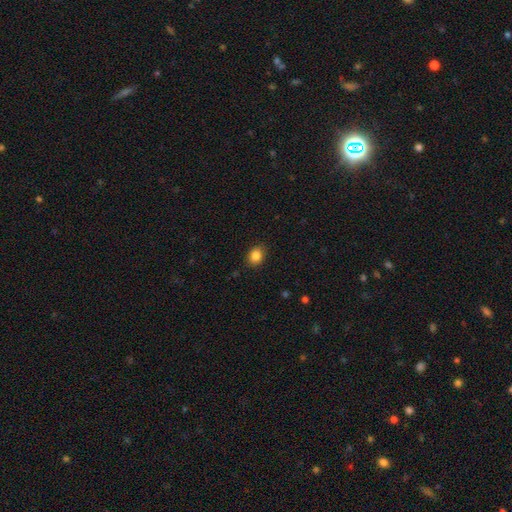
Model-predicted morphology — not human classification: Q: Smooth or featured?
A: smooth (86%); runner-up: star or artifact (10%)
Q: How rounded?
A: round (53%); runner-up: in between (46%)
Q: Merging?
A: none (88%); runner-up: minor disturbance (9%)